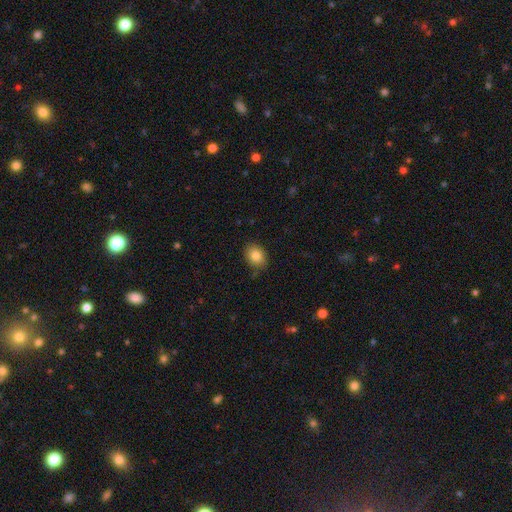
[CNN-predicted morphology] Smooth or featured? smooth (85%)
How rounded? in between (51%)
Merging? none (82%)